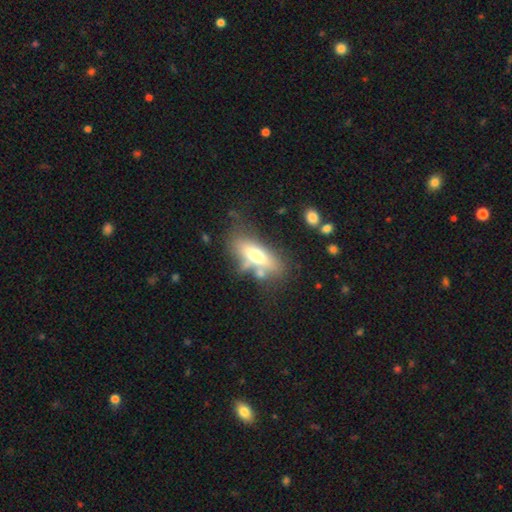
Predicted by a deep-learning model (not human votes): A smooth galaxy with no disk features (60%) that is in between round and cigar-shaped (59%). Merging: none (59%).